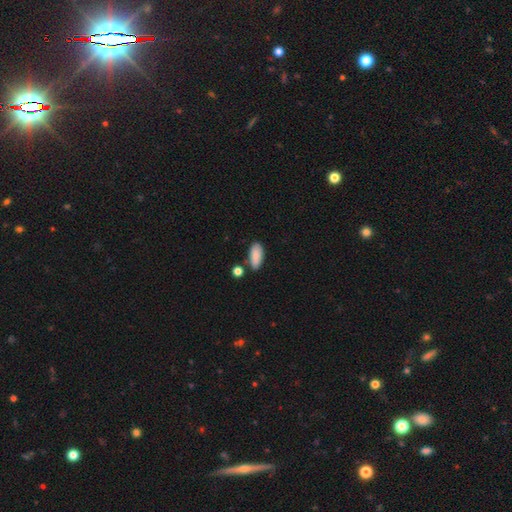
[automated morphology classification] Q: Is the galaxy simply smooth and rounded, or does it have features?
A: smooth — 87%.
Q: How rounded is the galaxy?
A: in between — 86%.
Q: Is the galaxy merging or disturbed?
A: none — 73%.